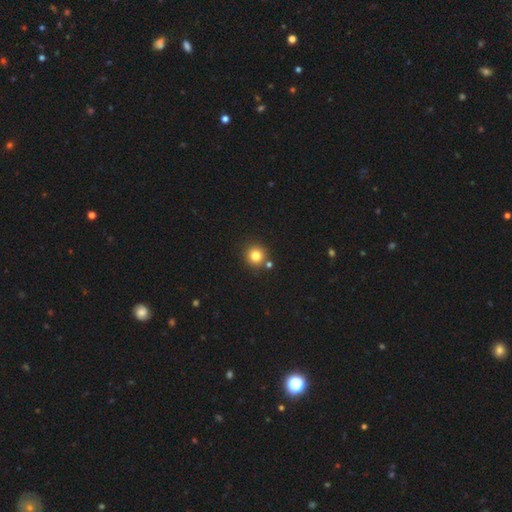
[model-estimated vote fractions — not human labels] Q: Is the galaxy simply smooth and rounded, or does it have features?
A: smooth — 81%.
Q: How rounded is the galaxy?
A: round — 93%.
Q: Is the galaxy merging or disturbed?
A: none — 82%.